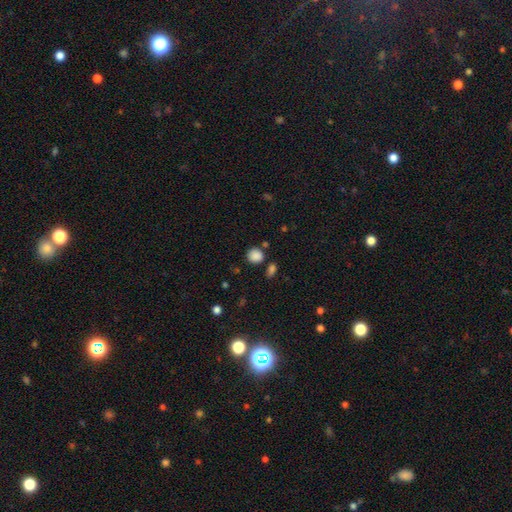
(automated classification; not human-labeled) A smooth galaxy with no disk features (86%) that is round (83%).

Vote fractions:
- Smooth or featured? smooth: 86% / star or artifact: 10% / featured or disk: 4%
- How rounded? round: 83% / in between: 16% / cigar-shaped: 1%
- Merging? none: 77% / minor disturbance: 12% / merger: 8% / major disturbance: 4%